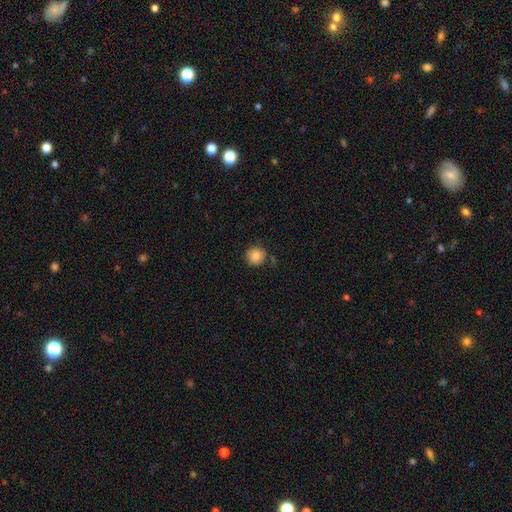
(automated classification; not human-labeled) smooth-or-featured: smooth: 85% | star or artifact: 9% | featured or disk: 6%
  how-rounded: round: 90% | in between: 9% | cigar-shaped: 1%
  merging: none: 79% | minor disturbance: 14% | merger: 4% | major disturbance: 3%